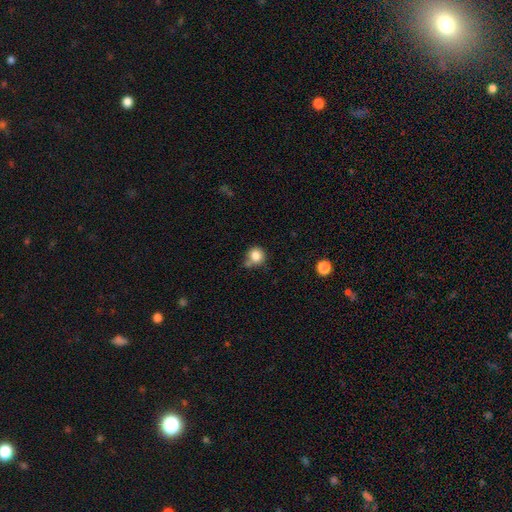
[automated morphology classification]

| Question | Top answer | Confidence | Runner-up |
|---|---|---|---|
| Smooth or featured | smooth | 84% | star or artifact (10%) |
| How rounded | round | 90% | in between (9%) |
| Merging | none | 60% | minor disturbance (19%) |